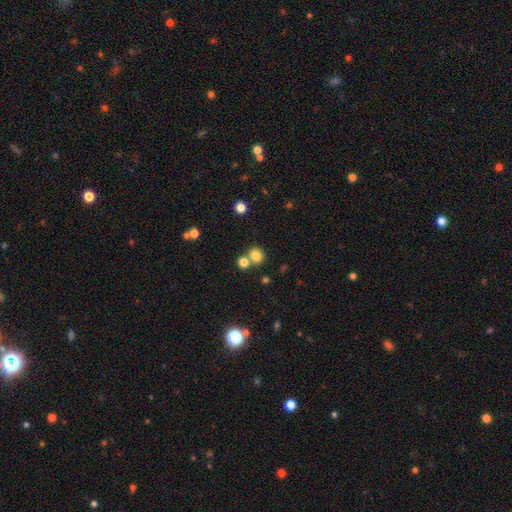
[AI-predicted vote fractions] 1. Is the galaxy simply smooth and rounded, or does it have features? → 79% smooth, 14% star or artifact, 7% featured or disk.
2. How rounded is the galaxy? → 84% round, 16% in between, 1% cigar-shaped.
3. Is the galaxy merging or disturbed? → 66% none, 24% merger, 7% minor disturbance, 3% major disturbance.